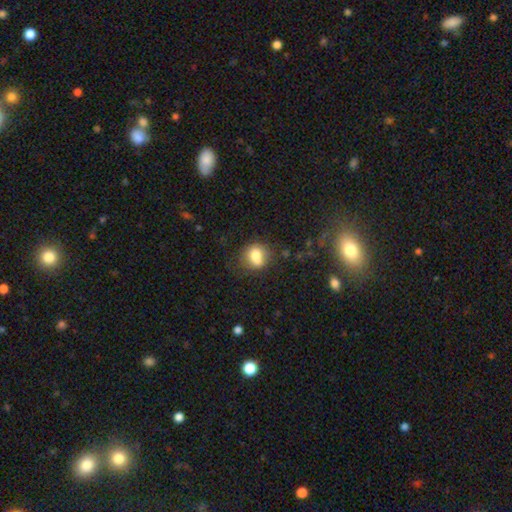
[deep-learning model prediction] Smooth or featured: smooth — 73% (featured or disk — 16%)
How rounded: round — 66% (in between — 33%)
Merging: none — 55% (minor disturbance — 23%)